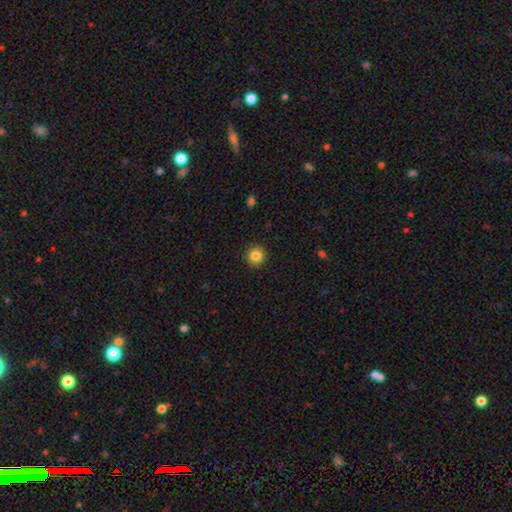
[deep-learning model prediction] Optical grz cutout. It shows a smooth galaxy with no disk features (85%) that is round (94%). Merging: none (92%).